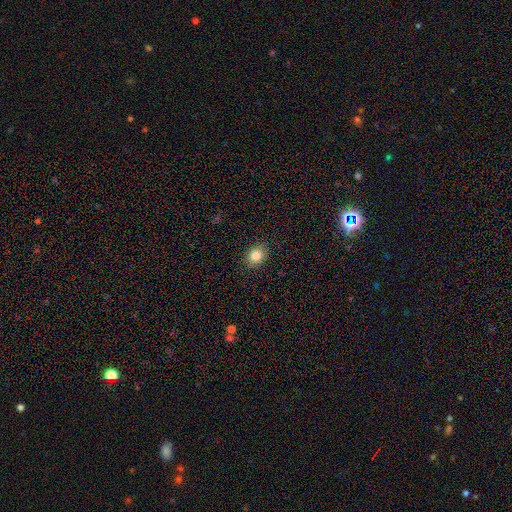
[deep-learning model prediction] Morphology: type=smooth (83%); roundness=round (53%); merging=none (87%).